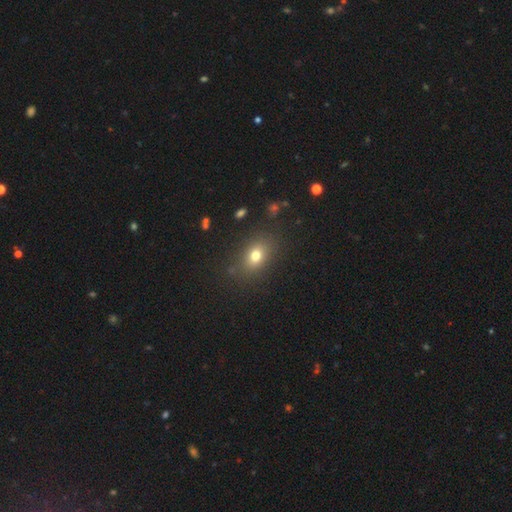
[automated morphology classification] type=smooth (75%); roundness=in between (70%); merging=none (82%).